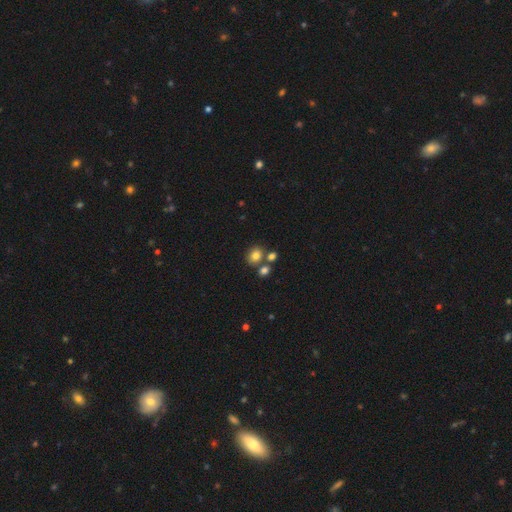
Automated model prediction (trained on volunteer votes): A smooth galaxy with no disk features (78%) that is round (59%). Merging: none (61%).